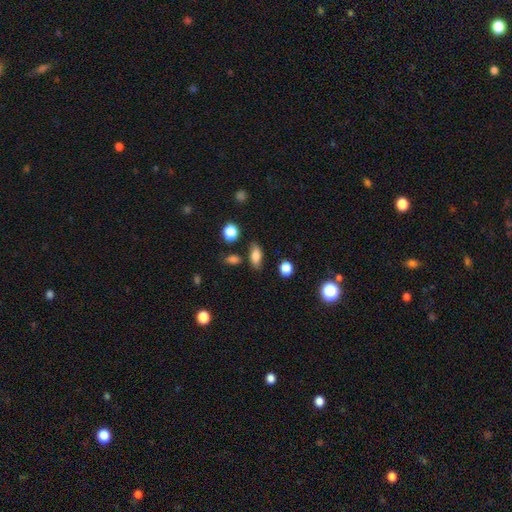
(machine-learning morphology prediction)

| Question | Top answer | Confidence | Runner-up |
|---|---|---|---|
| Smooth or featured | smooth | 78% | featured or disk (12%) |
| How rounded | in between | 81% | cigar-shaped (10%) |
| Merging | none | 78% | minor disturbance (15%) |